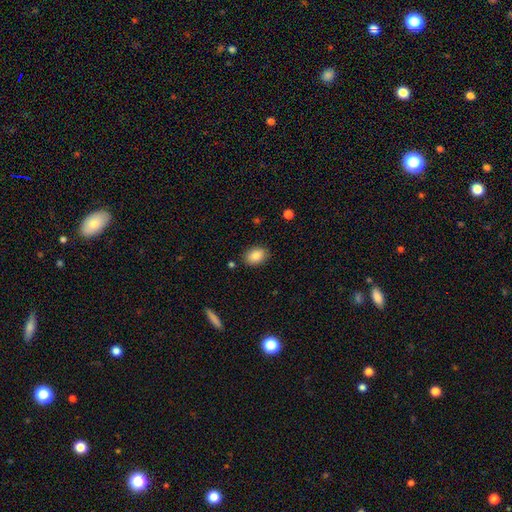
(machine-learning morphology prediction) The model was most divided on "how rounded": in between: 79%, round: 20%, cigar-shaped: 1%. More confident: smooth or featured — smooth (87%); merging — none (85%).